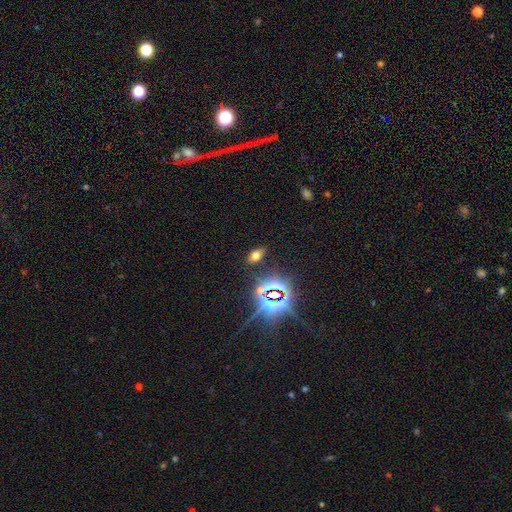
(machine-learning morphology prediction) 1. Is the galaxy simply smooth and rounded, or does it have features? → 56% smooth, 32% star or artifact, 11% featured or disk.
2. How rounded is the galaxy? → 87% in between, 9% round, 4% cigar-shaped.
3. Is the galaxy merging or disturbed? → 83% none, 10% minor disturbance, 3% major disturbance, 3% merger.